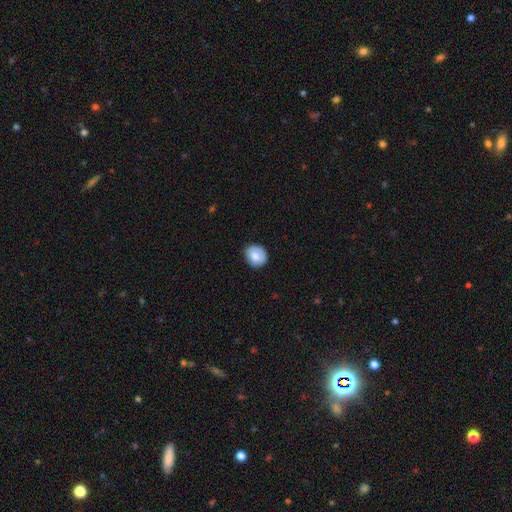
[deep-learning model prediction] smooth-or-featured: smooth: 75% | featured or disk: 18% | star or artifact: 7%
  how-rounded: round: 73% | in between: 26% | cigar-shaped: 1%
  merging: none: 79% | minor disturbance: 17% | major disturbance: 3% | merger: 1%